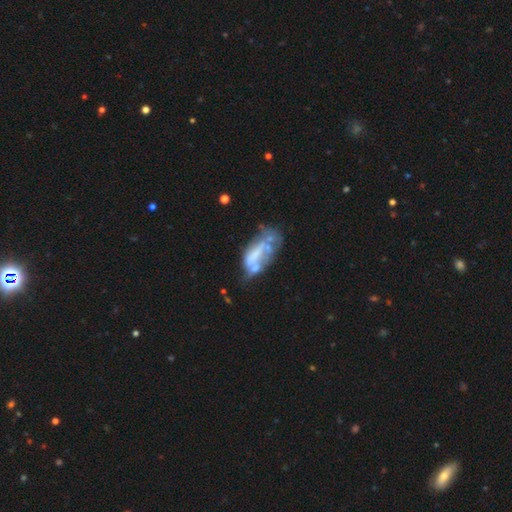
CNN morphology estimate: This appears to be a featured or disk galaxy (56%) with no bar (71%), no spiral arms (86%) and no central bulge (61%). Merging: major disturbance (31%).